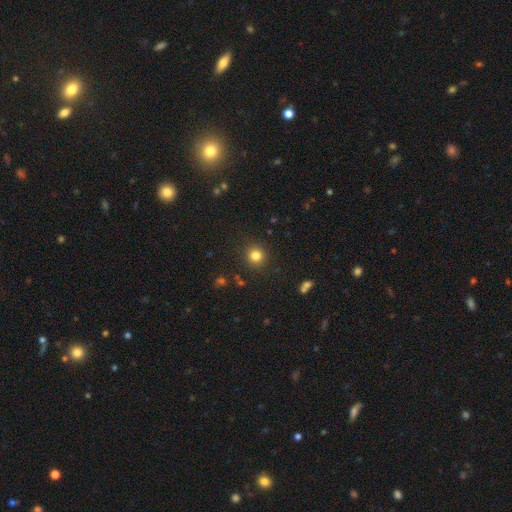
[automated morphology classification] The model was most divided on "smooth or featured": smooth: 81%, star or artifact: 14%, featured or disk: 6%. More confident: how rounded — round (92%); merging — none (89%).